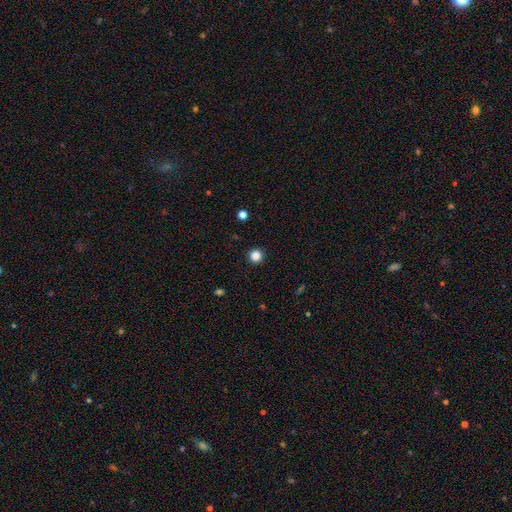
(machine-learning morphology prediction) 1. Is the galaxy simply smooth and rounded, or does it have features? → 85% smooth, 12% star or artifact, 3% featured or disk.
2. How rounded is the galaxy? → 95% round, 4% in between, 1% cigar-shaped.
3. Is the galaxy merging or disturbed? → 93% none, 5% minor disturbance, 2% major disturbance, 1% merger.